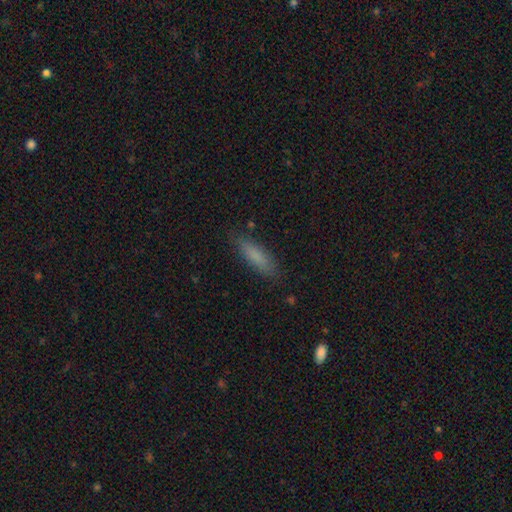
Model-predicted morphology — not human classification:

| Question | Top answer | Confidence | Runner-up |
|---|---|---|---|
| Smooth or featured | smooth | 81% | featured or disk (12%) |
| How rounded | cigar-shaped | 63% | in between (36%) |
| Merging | none | 83% | minor disturbance (12%) |